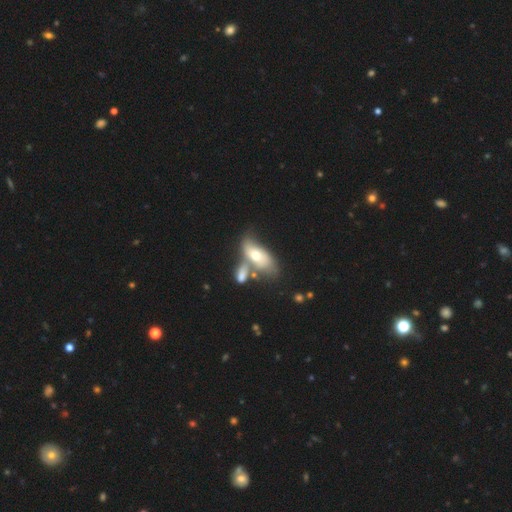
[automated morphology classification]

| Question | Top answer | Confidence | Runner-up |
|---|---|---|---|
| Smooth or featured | smooth | 56% | featured or disk (36%) |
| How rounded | in between | 84% | cigar-shaped (11%) |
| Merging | merger | 49% | none (27%) |